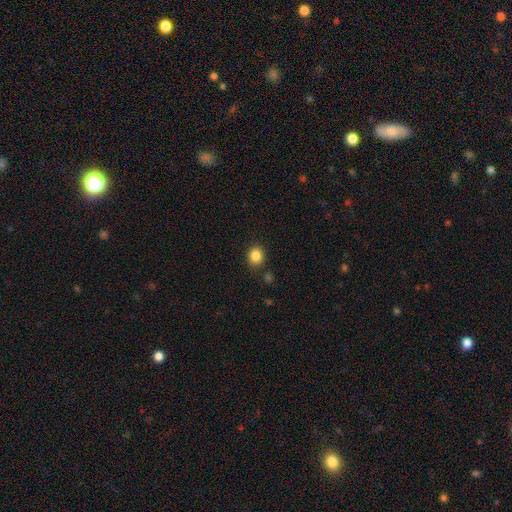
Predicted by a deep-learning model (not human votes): This appears to be a smooth galaxy with no disk features (85%) that is round (77%). Merging: none (86%).